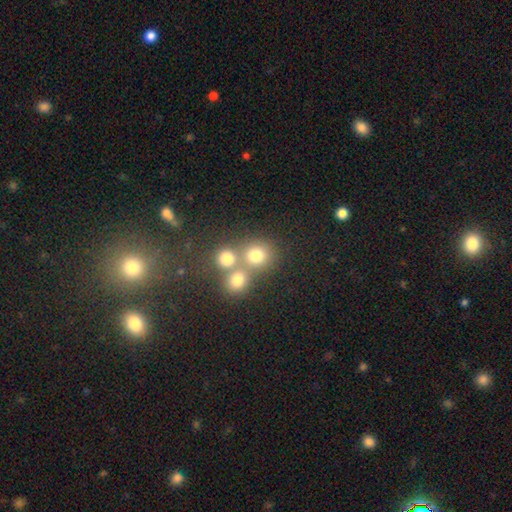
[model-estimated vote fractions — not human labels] smooth-or-featured: smooth: 74% | star or artifact: 16% | featured or disk: 10%
  how-rounded: round: 85% | in between: 14% | cigar-shaped: 1%
  merging: none: 53% | merger: 37% | minor disturbance: 7% | major disturbance: 4%